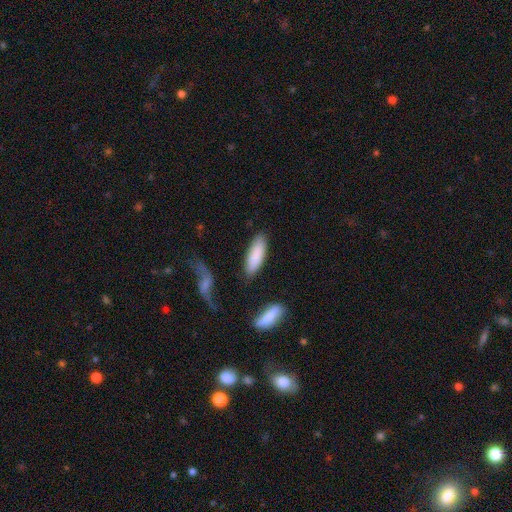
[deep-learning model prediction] Smooth or featured: smooth — 86% (featured or disk — 9%)
How rounded: in between — 55% (cigar-shaped — 43%)
Merging: none — 79% (minor disturbance — 13%)